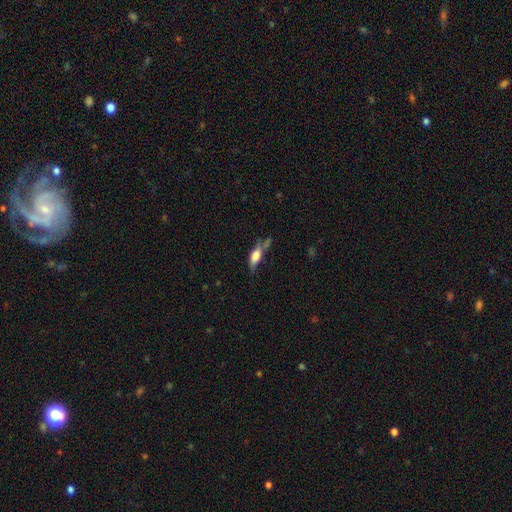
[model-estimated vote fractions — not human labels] Smooth or featured?
  - smooth: 62% *
  - featured or disk: 30%
  - star or artifact: 8%
How rounded?
  - in between: 65% *
  - cigar-shaped: 31%
  - round: 4%
Merging?
  - none: 41% *
  - minor disturbance: 29%
  - major disturbance: 17%
  - merger: 14%